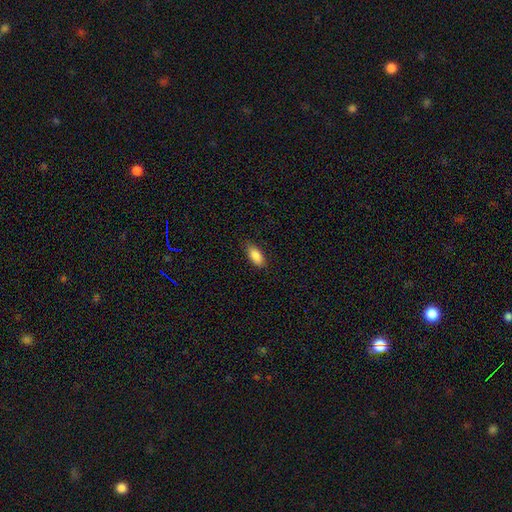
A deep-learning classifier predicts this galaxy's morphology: A smooth galaxy with no disk features (87%) that is in between round and cigar-shaped (88%). Merging: none (82%).